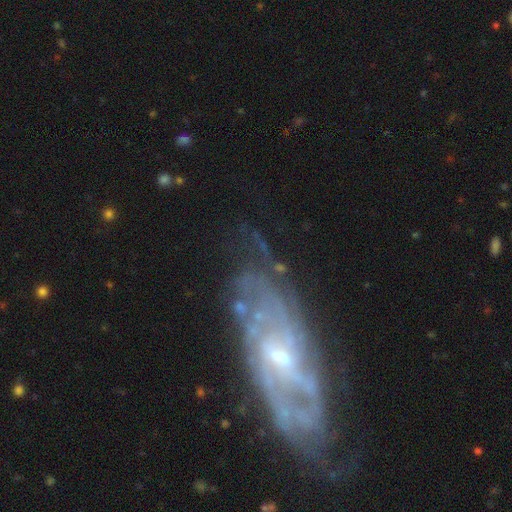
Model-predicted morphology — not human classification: Smooth or featured? Predicted: featured or disk (p=0.86). Edge-on disk? Predicted: no (p=0.87). Bar? Predicted: weak (p=0.48). Spiral arms? Predicted: yes (p=0.93). Spiral winding? Predicted: tight (p=0.59). Spiral arm count? Predicted: can't tell (p=0.47). Bulge size? Predicted: small (p=0.61). Merging? Predicted: none (p=0.72).